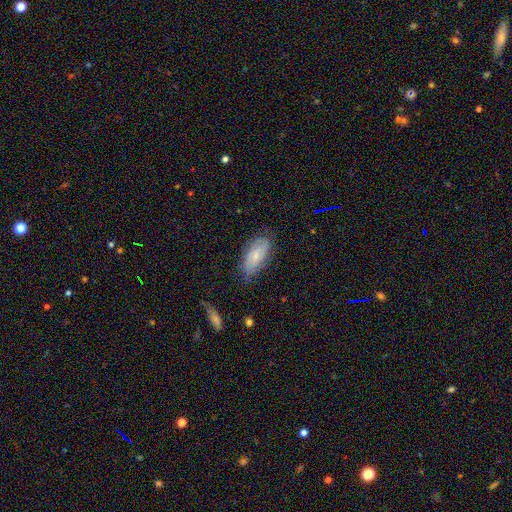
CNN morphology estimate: This appears to be a smooth galaxy with no disk features (54%) that is in between round and cigar-shaped (87%). Merging: none (67%).